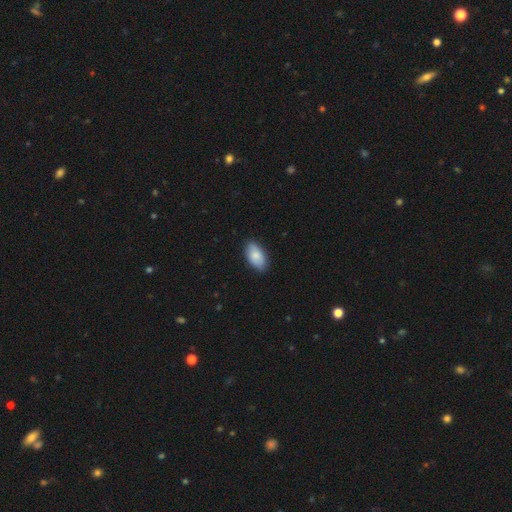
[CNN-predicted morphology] The model was most divided on "merging": none: 86%, minor disturbance: 11%, major disturbance: 2%, merger: 1%. More confident: how rounded — in between (95%); smooth or featured — smooth (86%).